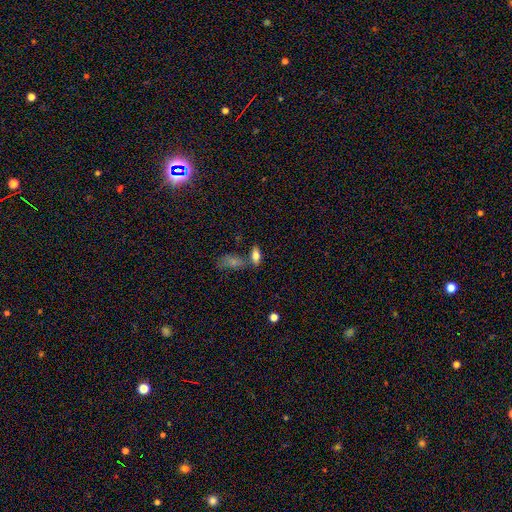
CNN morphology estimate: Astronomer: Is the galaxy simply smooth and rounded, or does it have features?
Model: smooth — 73%.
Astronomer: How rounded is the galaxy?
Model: in between — 79%.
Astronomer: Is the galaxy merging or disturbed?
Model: none — 65%.